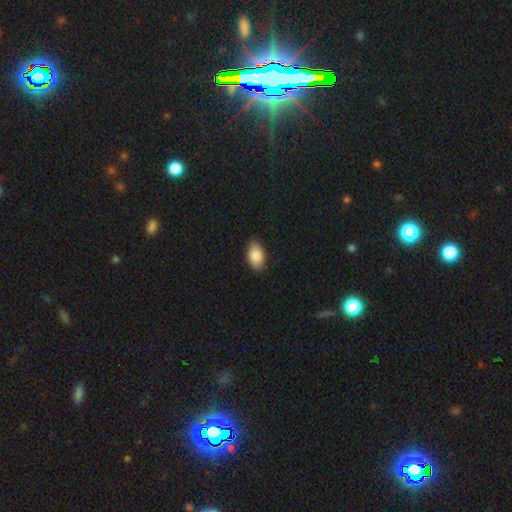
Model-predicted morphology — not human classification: smooth-or-featured: smooth: 88% | star or artifact: 7% | featured or disk: 6%
  how-rounded: in between: 93% | round: 5% | cigar-shaped: 2%
  merging: none: 85% | minor disturbance: 12% | major disturbance: 2% | merger: 1%